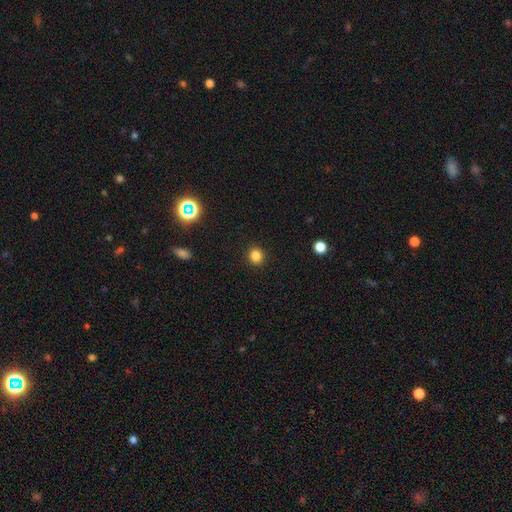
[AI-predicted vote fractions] smooth-or-featured: smooth: 84% | star or artifact: 12% | featured or disk: 4%
  how-rounded: round: 83% | in between: 16% | cigar-shaped: 1%
  merging: none: 91% | minor disturbance: 5% | major disturbance: 2% | merger: 1%